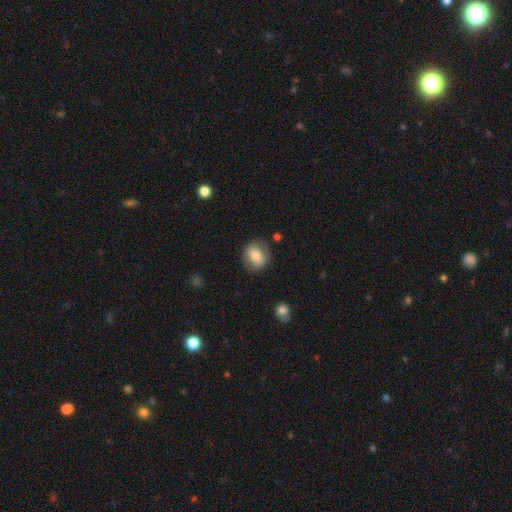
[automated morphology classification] The model was most divided on "how rounded": round: 65%, in between: 34%, cigar-shaped: 1%. More confident: merging — none (81%); smooth or featured — smooth (71%).